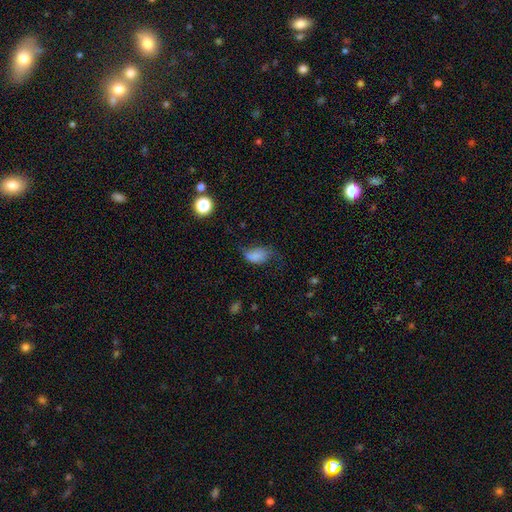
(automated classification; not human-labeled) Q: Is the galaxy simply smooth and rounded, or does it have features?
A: smooth — 72%.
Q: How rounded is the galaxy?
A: in between — 89%.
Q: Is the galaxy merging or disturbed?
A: minor disturbance — 34%.